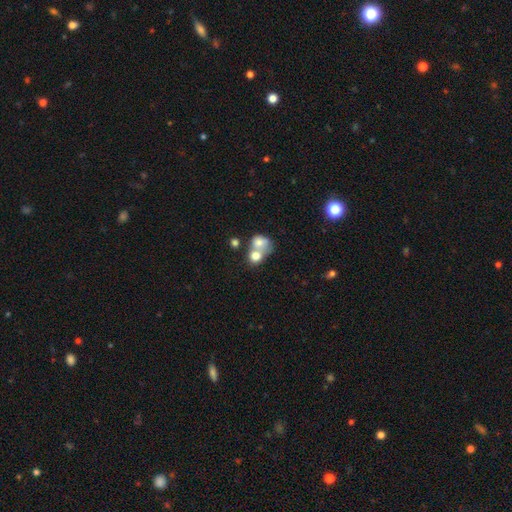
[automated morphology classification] smooth 74%, featured or disk 17%, star or artifact 10%. Down the decision tree: how rounded — round (65%); merging — merger (67%).